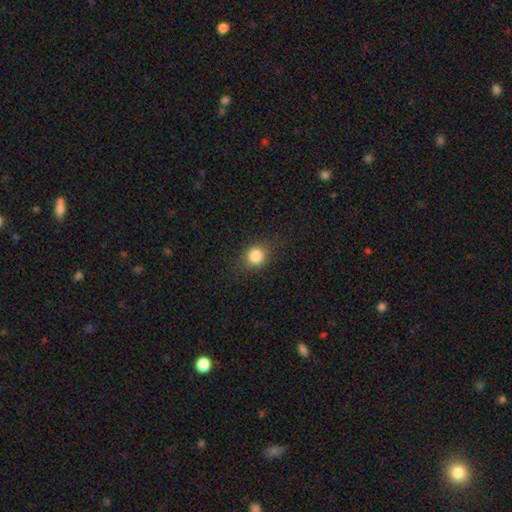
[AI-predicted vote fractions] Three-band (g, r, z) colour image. It shows a smooth galaxy with no disk features (84%) that is round (77%). Merging: none (85%).